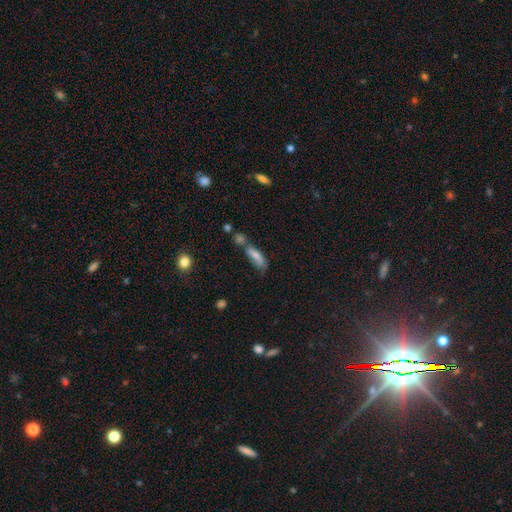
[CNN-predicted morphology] Smooth or featured?
  - smooth: 73% *
  - featured or disk: 18%
  - star or artifact: 9%
How rounded?
  - in between: 51% *
  - cigar-shaped: 46%
  - round: 3%
Merging?
  - none: 39% *
  - merger: 30%
  - minor disturbance: 21%
  - major disturbance: 10%